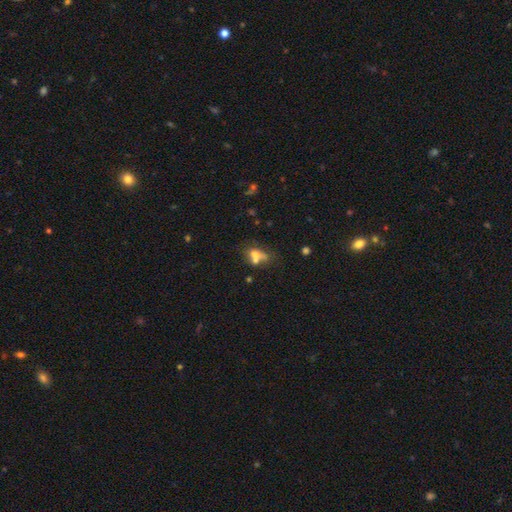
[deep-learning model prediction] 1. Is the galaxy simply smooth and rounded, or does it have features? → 61% smooth, 23% featured or disk, 16% star or artifact.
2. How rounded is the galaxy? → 60% in between, 36% round, 5% cigar-shaped.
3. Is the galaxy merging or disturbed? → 46% merger, 30% none, 13% minor disturbance, 11% major disturbance.